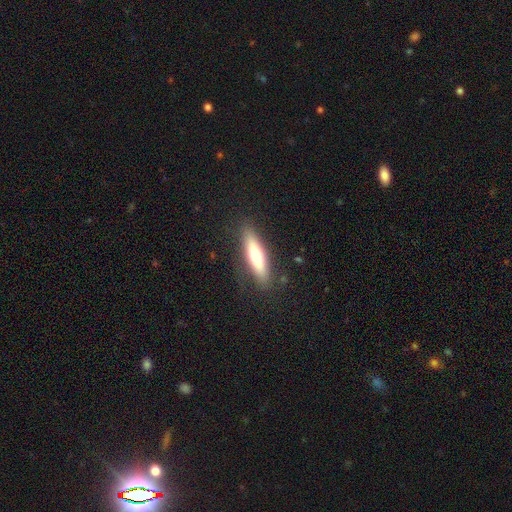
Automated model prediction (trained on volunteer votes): This appears to be a smooth galaxy with no disk features (61%) that is cigar-shaped (73%). Merging: none (85%).